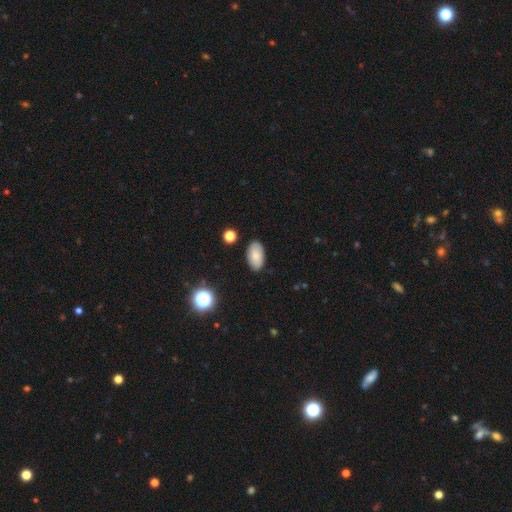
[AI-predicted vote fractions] Overall: smooth (82%). How rounded: in between (94%). Merging: none (87%).